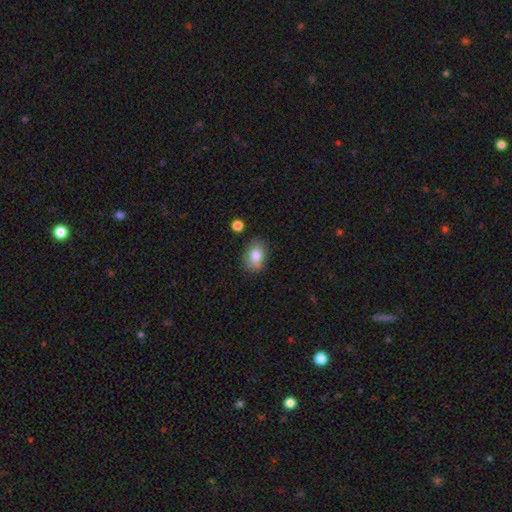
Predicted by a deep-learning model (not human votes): smooth_or_featured: smooth (p=0.81) [alt: featured or disk p=0.11]
how_rounded: in between (p=0.79) [alt: round p=0.20]
merging: none (p=0.80) [alt: minor disturbance p=0.14]